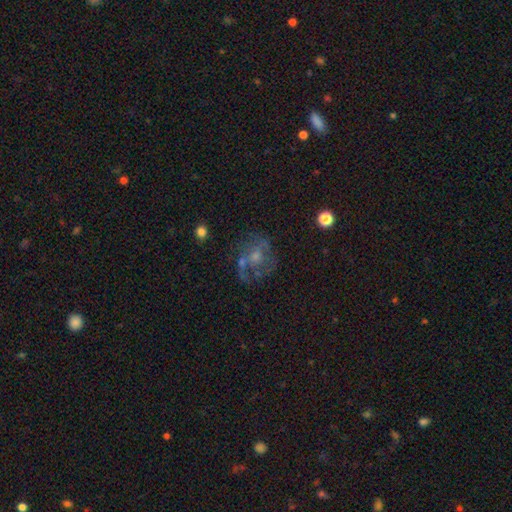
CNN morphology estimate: Smooth or featured? Predicted: featured or disk (p=0.60). Edge-on disk? Predicted: no (p=0.97). Bar? Predicted: no (p=0.81). Spiral arms? Predicted: no (p=0.60). Bulge size? Predicted: moderate (p=0.47). Merging? Predicted: none (p=0.49).